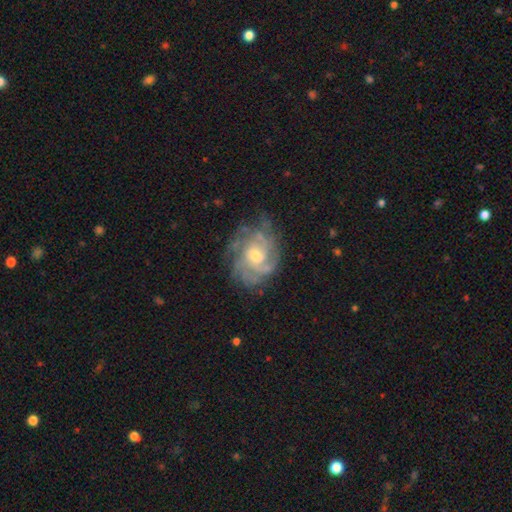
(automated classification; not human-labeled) Smooth or featured: featured or disk — 84% (smooth — 9%)
Edge-on disk: no — 97% (yes — 3%)
Bar: no — 72% (weak — 25%)
Spiral arms: yes — 94% (no — 6%)
Spiral winding: tight — 59% (medium — 32%)
Spiral arm count: can't tell — 38% (4 — 19%)
Bulge size: moderate — 55% (small — 39%)
Merging: none — 71% (minor disturbance — 18%)